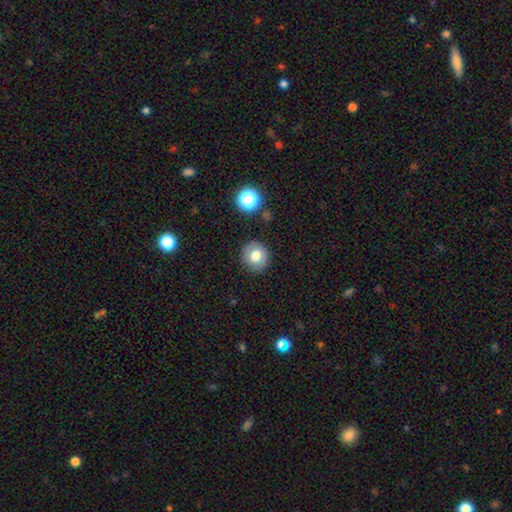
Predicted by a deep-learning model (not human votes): The model was most divided on "smooth or featured": smooth: 75%, featured or disk: 14%, star or artifact: 11%. More confident: how rounded — round (88%); merging — none (86%).